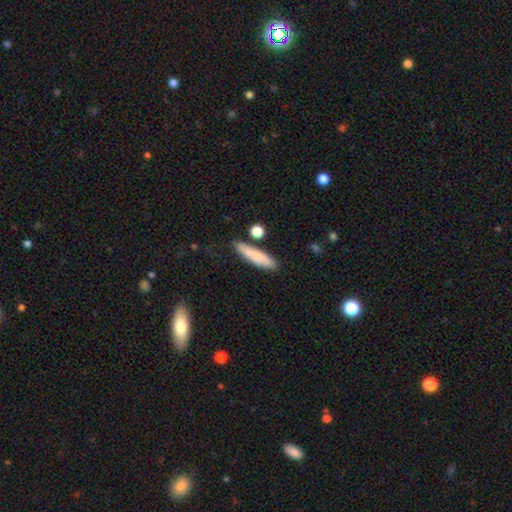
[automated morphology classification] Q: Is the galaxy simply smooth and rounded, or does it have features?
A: smooth — 79%.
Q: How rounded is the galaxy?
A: cigar-shaped — 81%.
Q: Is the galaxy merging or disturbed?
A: none — 79%.